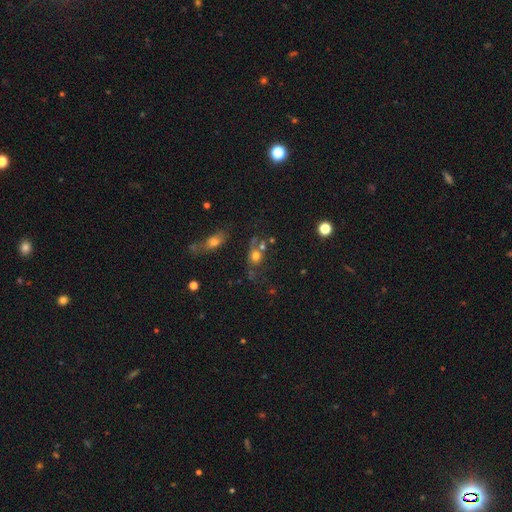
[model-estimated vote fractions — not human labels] The model was most divided on "merging": none: 42%, merger: 27%, minor disturbance: 17%, major disturbance: 14%. More confident: smooth or featured — smooth (65%); how rounded — round (57%).